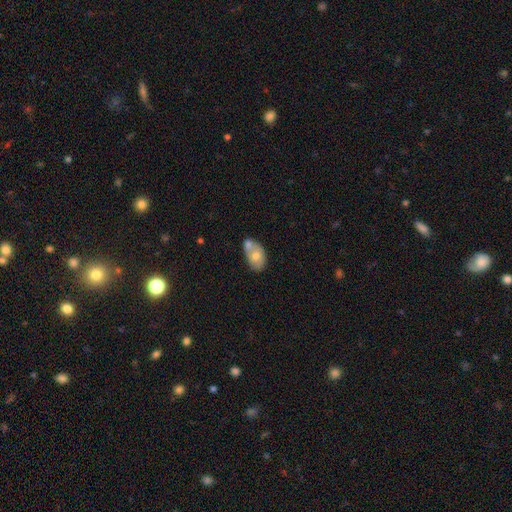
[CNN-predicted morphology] Smooth or featured? smooth (66%)
How rounded? in between (84%)
Merging? merger (52%)